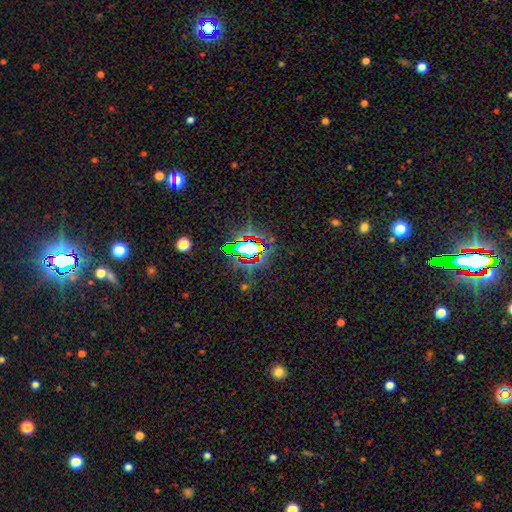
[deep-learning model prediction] Q: Smooth or featured?
A: star or artifact (71%); runner-up: smooth (17%)